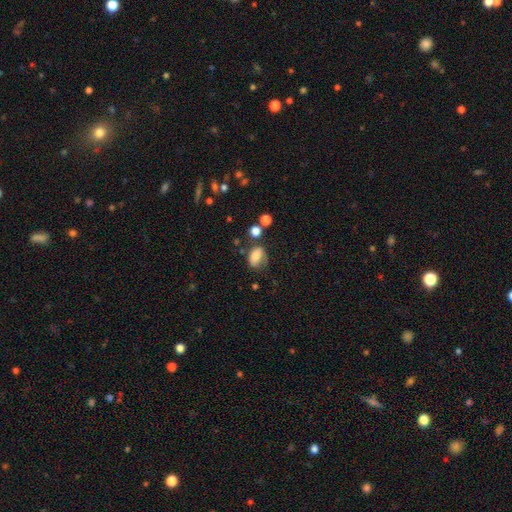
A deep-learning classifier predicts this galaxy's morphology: Smooth or featured? Predicted: smooth (p=0.79). How rounded? Predicted: in between (p=0.79). Merging? Predicted: none (p=0.50).